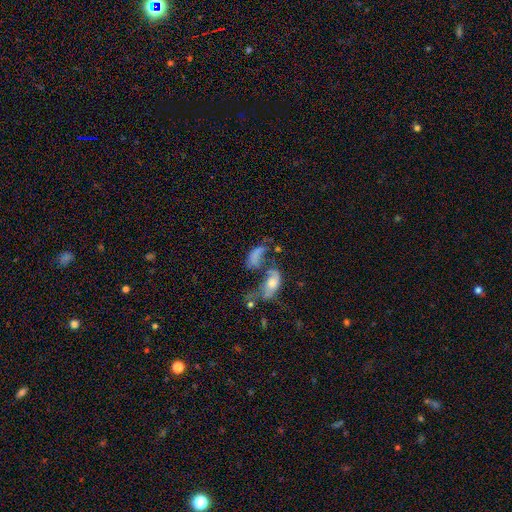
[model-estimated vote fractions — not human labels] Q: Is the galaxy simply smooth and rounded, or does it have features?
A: smooth — 55%.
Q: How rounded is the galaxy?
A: in between — 84%.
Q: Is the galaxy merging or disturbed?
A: merger — 45%.